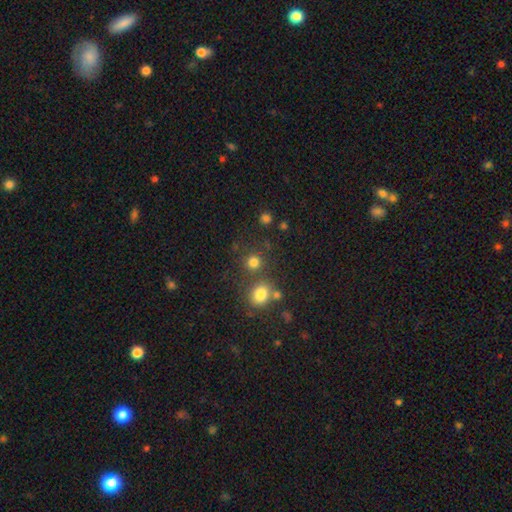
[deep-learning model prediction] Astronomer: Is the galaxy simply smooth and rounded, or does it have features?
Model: smooth — 60%.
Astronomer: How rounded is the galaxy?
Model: round — 87%.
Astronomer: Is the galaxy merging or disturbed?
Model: none — 70%.